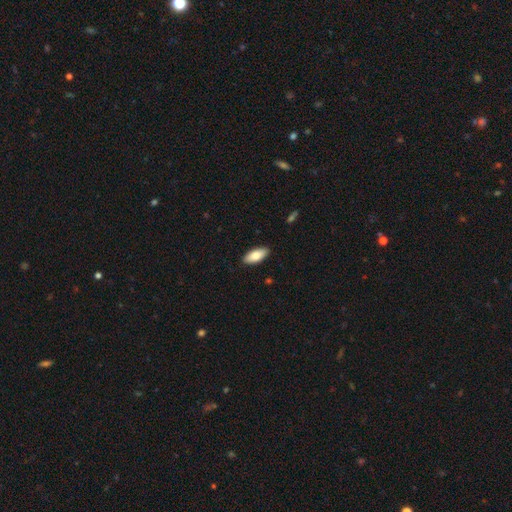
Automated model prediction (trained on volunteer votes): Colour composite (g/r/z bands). It shows a smooth galaxy with no disk features (80%) that is in between round and cigar-shaped (87%). Merging: none (89%).